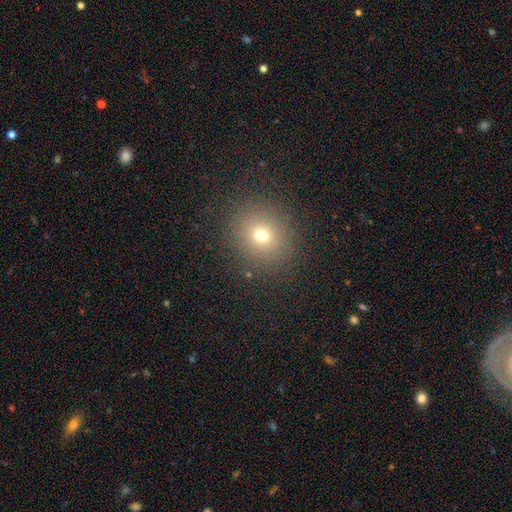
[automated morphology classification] Smooth or featured? Predicted: smooth (p=0.69). How rounded? Predicted: round (p=0.87). Merging? Predicted: none (p=0.91).